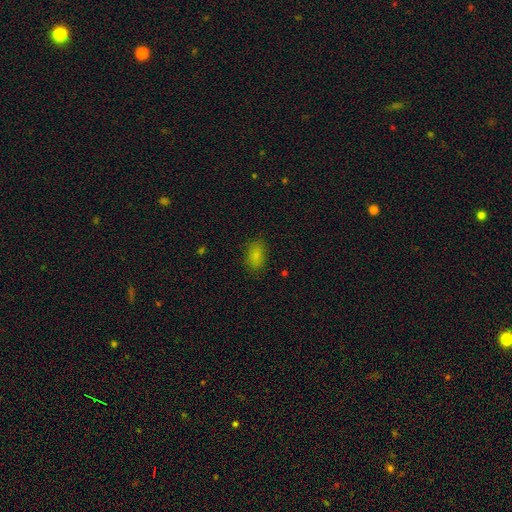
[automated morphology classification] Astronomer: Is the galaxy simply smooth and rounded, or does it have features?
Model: smooth — 83%.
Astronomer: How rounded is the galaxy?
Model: in between — 87%.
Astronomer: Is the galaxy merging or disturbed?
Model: none — 83%.